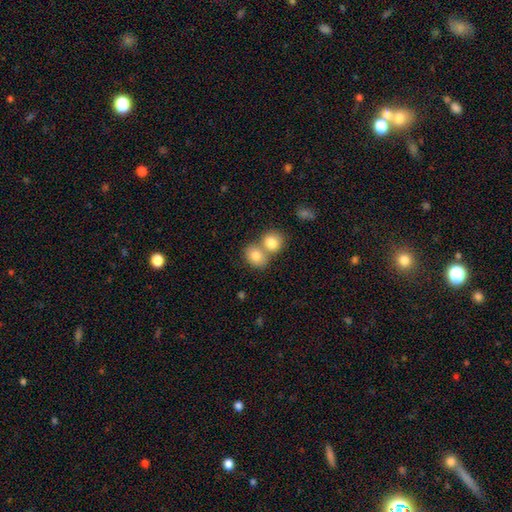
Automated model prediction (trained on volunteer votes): Morphology: type=smooth (80%); roundness=round (52%); merging=merger (57%).